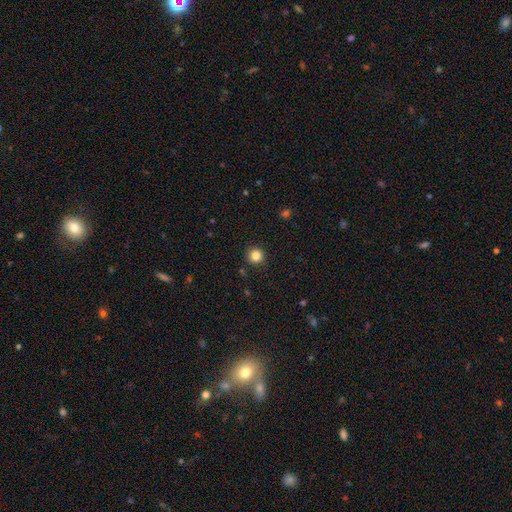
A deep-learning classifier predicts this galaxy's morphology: Smooth or featured? smooth (83%)
How rounded? round (95%)
Merging? none (91%)